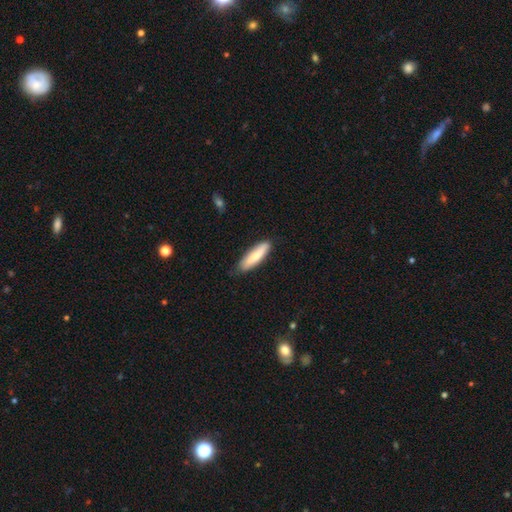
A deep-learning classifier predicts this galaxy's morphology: smooth 73%, featured or disk 22%, star or artifact 5%. Down the decision tree: how rounded — cigar-shaped (71%); merging — none (83%).